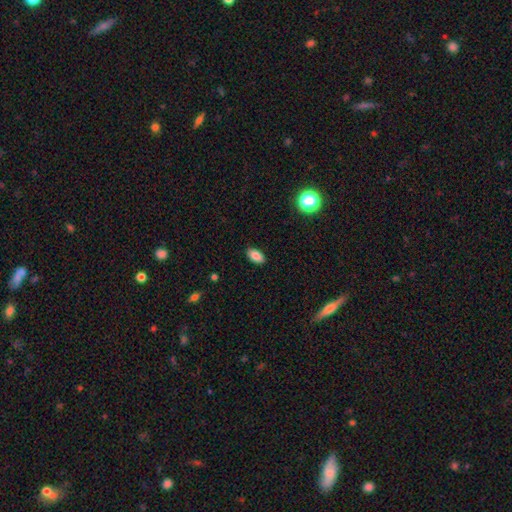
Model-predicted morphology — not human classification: Smooth or featured?
  - smooth: 85% *
  - star or artifact: 9%
  - featured or disk: 6%
How rounded?
  - in between: 93% *
  - round: 5%
  - cigar-shaped: 2%
Merging?
  - none: 89% *
  - minor disturbance: 9%
  - major disturbance: 2%
  - merger: 1%